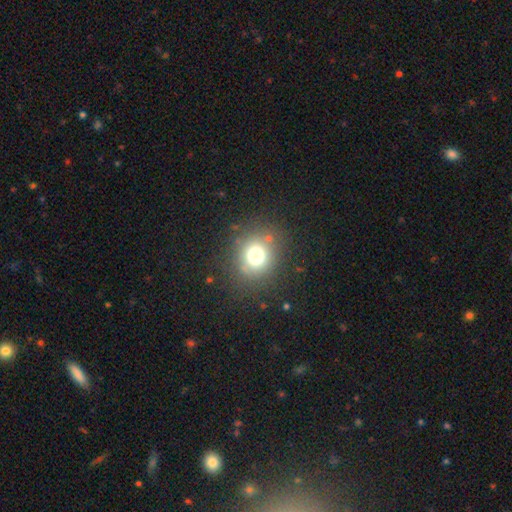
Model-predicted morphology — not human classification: This appears to be a smooth galaxy with no disk features (72%) that is round (82%). Merging: none (79%).